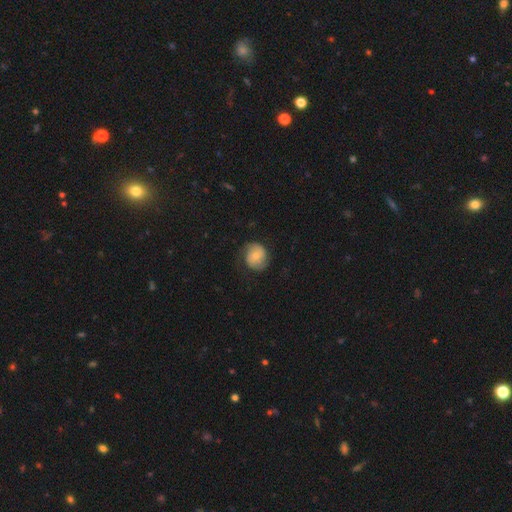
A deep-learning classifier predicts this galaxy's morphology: Smooth or featured? Predicted: smooth (p=0.50). How rounded? Predicted: round (p=0.80). Merging? Predicted: none (p=0.72).